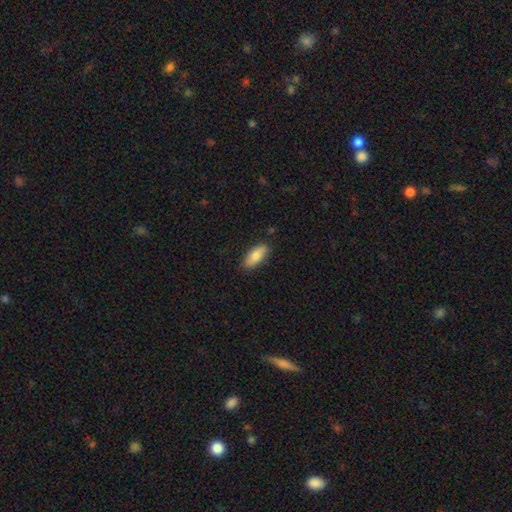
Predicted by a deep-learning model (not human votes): Smooth or featured?
  - smooth: 80% *
  - featured or disk: 14%
  - star or artifact: 6%
How rounded?
  - in between: 78% *
  - cigar-shaped: 20%
  - round: 2%
Merging?
  - none: 85% *
  - minor disturbance: 11%
  - major disturbance: 2%
  - merger: 1%